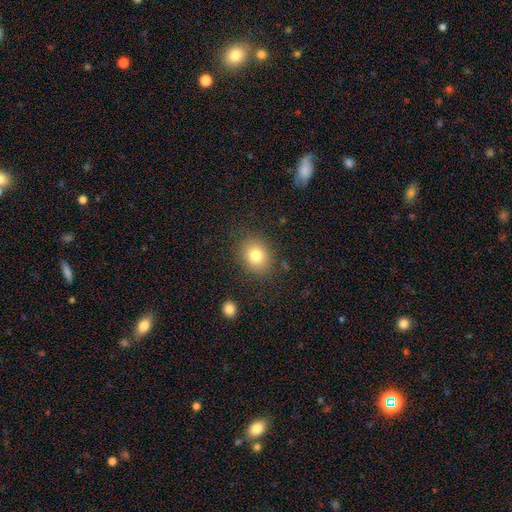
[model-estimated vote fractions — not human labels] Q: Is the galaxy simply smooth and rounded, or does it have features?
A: smooth — 80%.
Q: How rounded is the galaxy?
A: round — 61%.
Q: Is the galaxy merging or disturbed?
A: none — 84%.